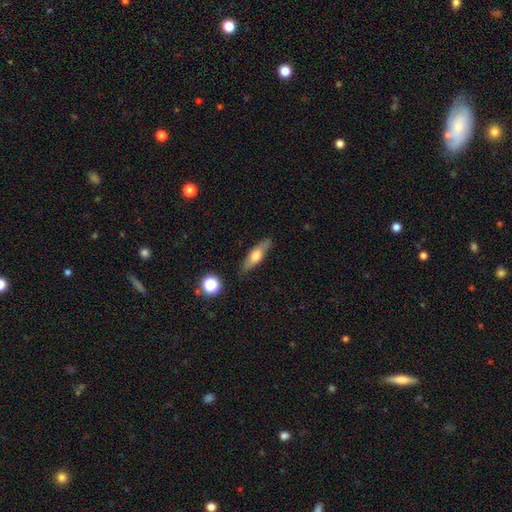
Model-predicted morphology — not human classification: Smooth or featured?
  - smooth: 55% *
  - featured or disk: 37%
  - star or artifact: 7%
How rounded?
  - cigar-shaped: 52% *
  - in between: 44%
  - round: 4%
Merging?
  - none: 84% *
  - minor disturbance: 12%
  - major disturbance: 3%
  - merger: 2%